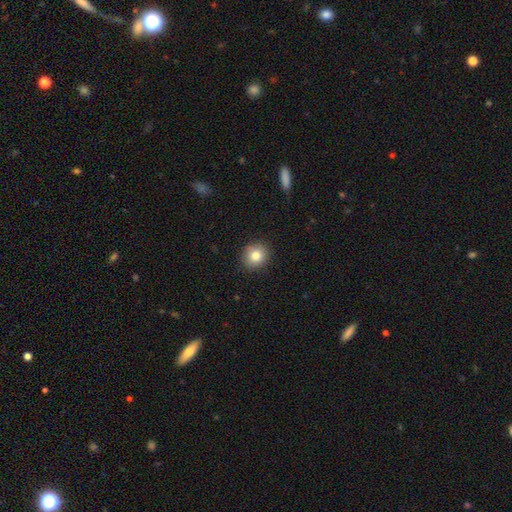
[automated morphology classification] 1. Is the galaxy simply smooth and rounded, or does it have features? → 82% smooth, 10% star or artifact, 8% featured or disk.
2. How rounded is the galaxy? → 83% round, 16% in between, 1% cigar-shaped.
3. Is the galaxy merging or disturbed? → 90% none, 7% minor disturbance, 2% major disturbance, 1% merger.